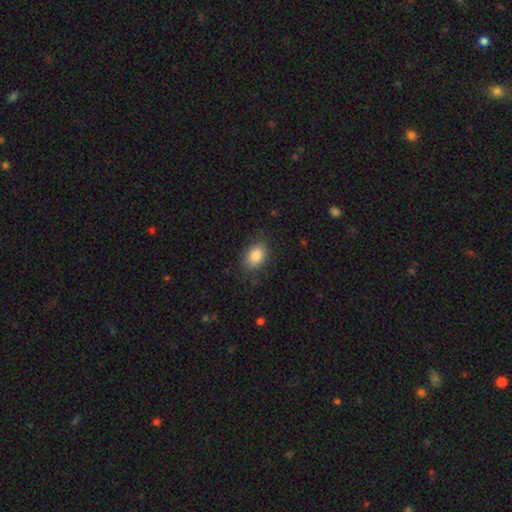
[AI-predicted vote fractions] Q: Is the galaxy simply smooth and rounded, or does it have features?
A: smooth — 85%.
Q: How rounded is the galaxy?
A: in between — 79%.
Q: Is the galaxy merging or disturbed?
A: none — 81%.